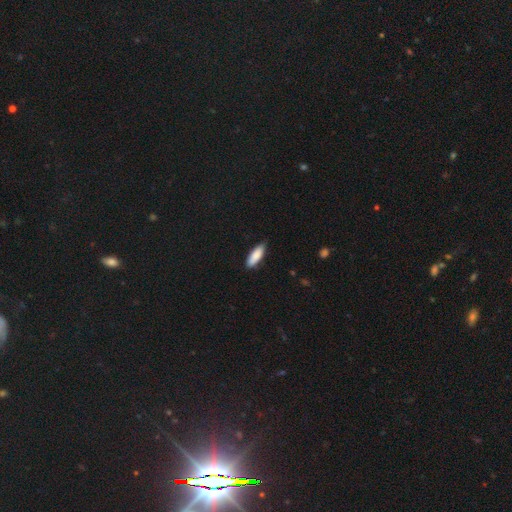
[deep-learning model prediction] This is clearly a smooth galaxy (87%). How rounded: likely in between (60%). Merging: clearly none (82%).